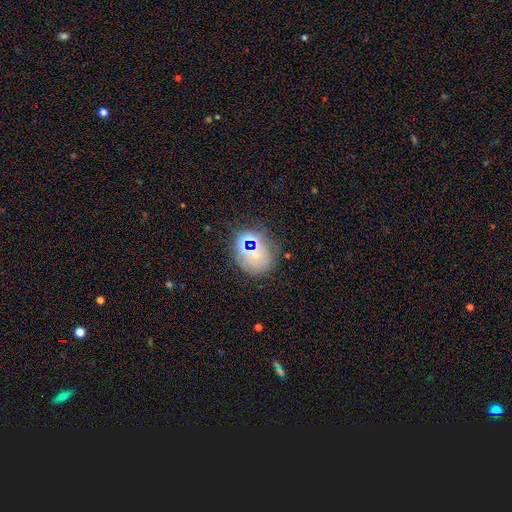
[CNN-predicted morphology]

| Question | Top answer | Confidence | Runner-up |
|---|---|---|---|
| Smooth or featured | smooth | 46% | star or artifact (34%) |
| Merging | none | 69% | minor disturbance (15%) |